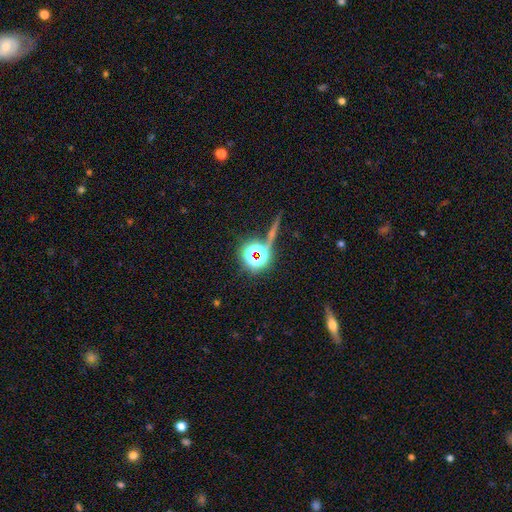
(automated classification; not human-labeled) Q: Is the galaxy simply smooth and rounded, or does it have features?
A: star or artifact — 63%.